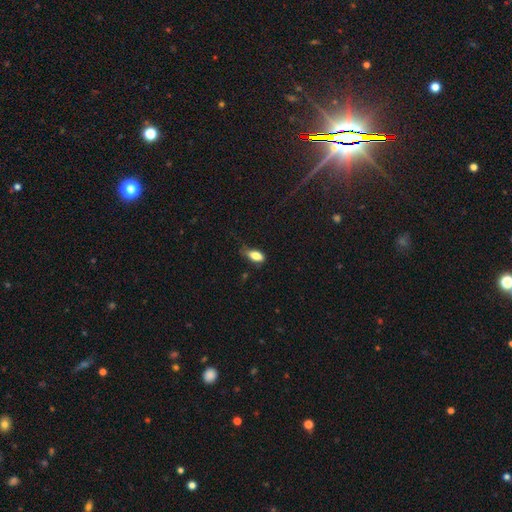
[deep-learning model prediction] Morphology: type=smooth (81%); roundness=in between (85%); merging=none (47%).